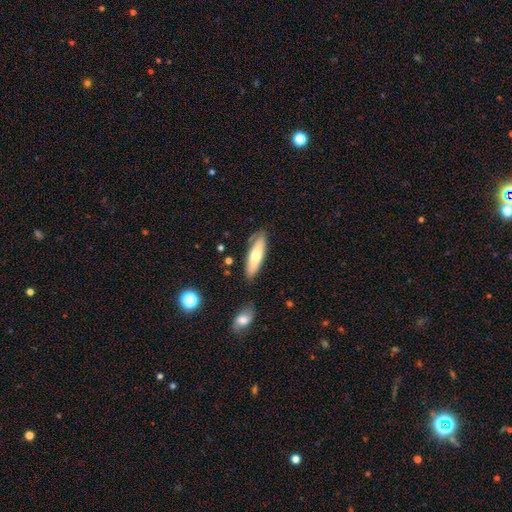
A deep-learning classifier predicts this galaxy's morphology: type=smooth (66%); roundness=cigar-shaped (60%); merging=none (79%).